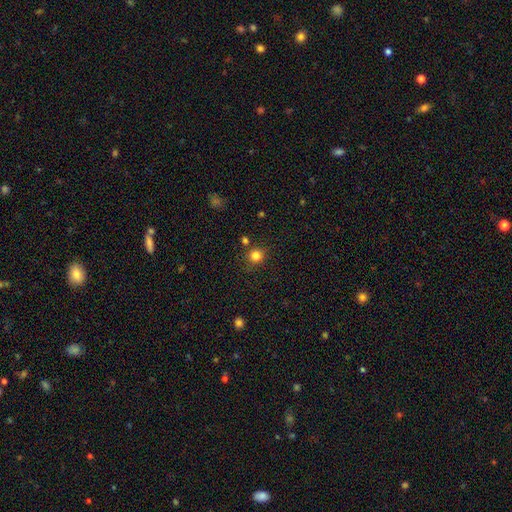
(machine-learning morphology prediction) This is clearly a smooth galaxy (82%). How rounded: clearly round (90%). Merging: clearly none (81%).